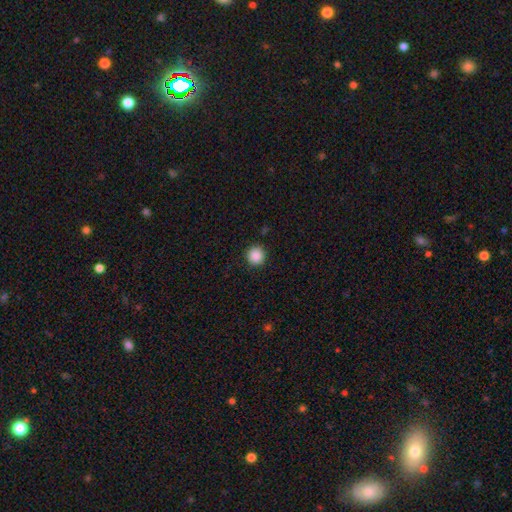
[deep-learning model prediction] smooth_or_featured: smooth (p=0.88) [alt: star or artifact p=0.09]
how_rounded: round (p=0.94) [alt: in between p=0.05]
merging: none (p=0.91) [alt: minor disturbance p=0.06]